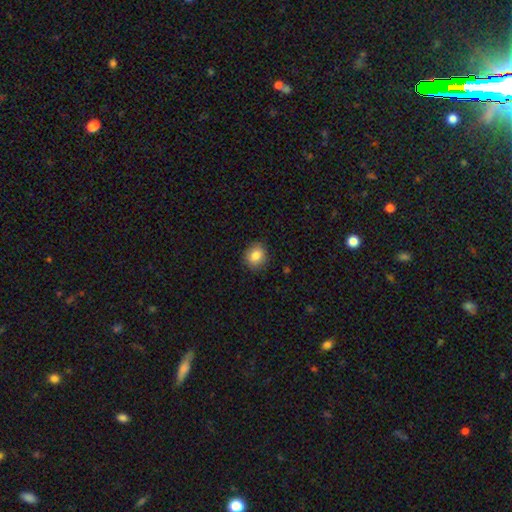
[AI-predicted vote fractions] Smooth or featured?
  - smooth: 84% *
  - star or artifact: 9%
  - featured or disk: 7%
How rounded?
  - round: 77% *
  - in between: 22%
  - cigar-shaped: 1%
Merging?
  - none: 88% *
  - minor disturbance: 9%
  - major disturbance: 2%
  - merger: 1%